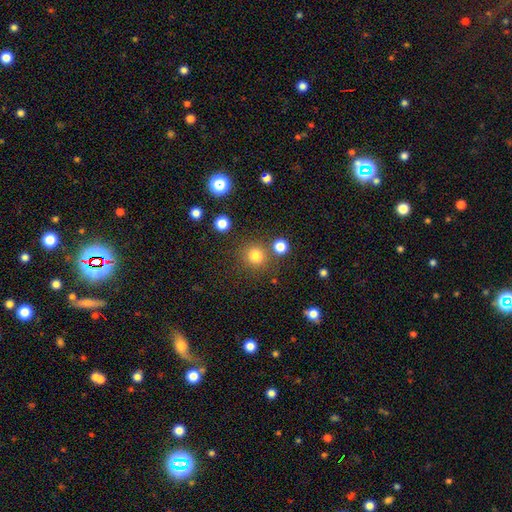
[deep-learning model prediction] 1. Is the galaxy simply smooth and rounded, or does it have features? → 80% smooth, 15% star or artifact, 6% featured or disk.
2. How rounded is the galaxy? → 91% round, 8% in between, 1% cigar-shaped.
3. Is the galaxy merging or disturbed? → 79% none, 10% merger, 8% minor disturbance, 3% major disturbance.